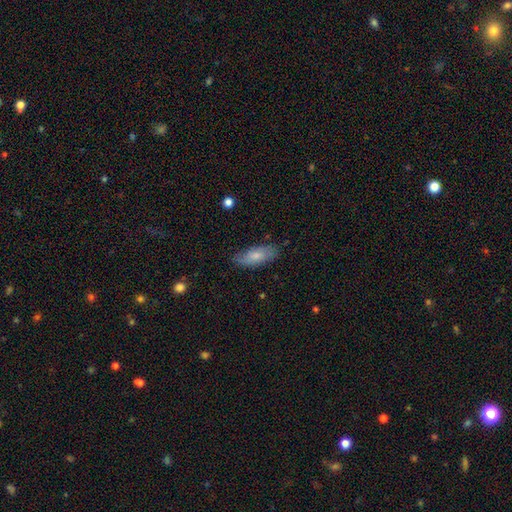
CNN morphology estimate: This appears to be a smooth galaxy with no disk features (66%) that is in between round and cigar-shaped (79%). Merging: none (78%).